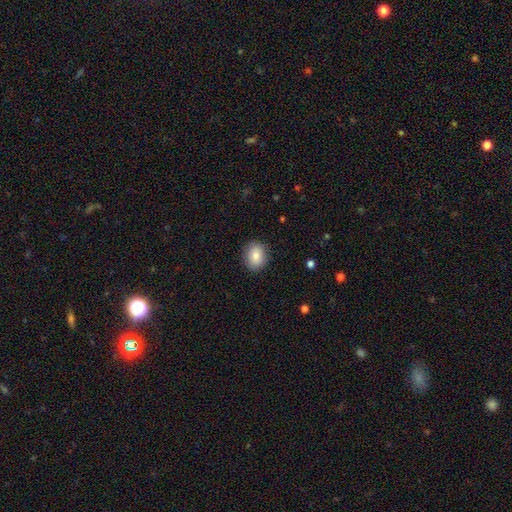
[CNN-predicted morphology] smooth-or-featured: smooth: 82% | featured or disk: 9% | star or artifact: 8%
  how-rounded: round: 57% | in between: 42% | cigar-shaped: 1%
  merging: none: 88% | minor disturbance: 9% | major disturbance: 2% | merger: 1%